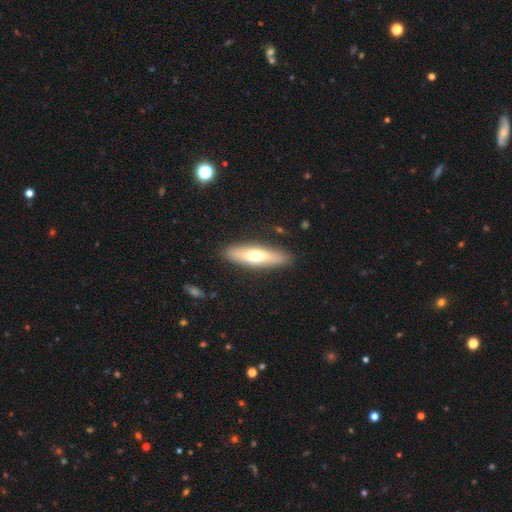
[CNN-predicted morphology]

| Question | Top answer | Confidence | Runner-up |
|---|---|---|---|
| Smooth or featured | smooth | 57% | featured or disk (37%) |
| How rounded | cigar-shaped | 70% | in between (28%) |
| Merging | none | 88% | minor disturbance (9%) |